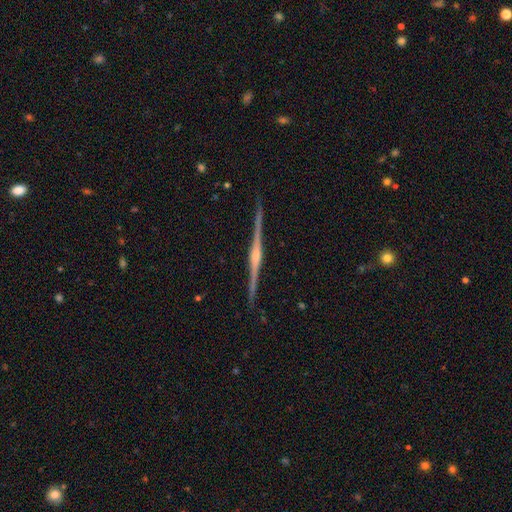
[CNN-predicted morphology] The model was most divided on "edge-on bulge": rounded: 77%, boxy: 13%, none: 10%. More confident: edge-on disk — yes (99%); merging — none (92%); smooth or featured — featured or disk (90%).